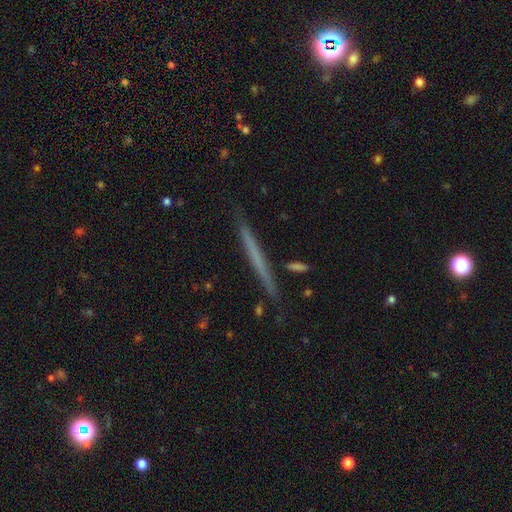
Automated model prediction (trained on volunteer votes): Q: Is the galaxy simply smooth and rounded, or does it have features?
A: smooth — 47%.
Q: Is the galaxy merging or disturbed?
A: none — 89%.